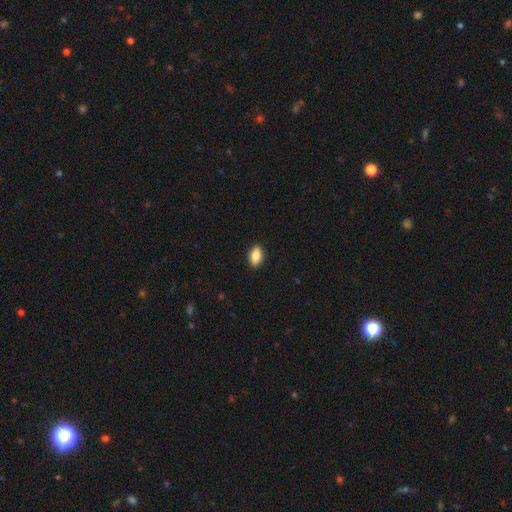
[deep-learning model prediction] This is clearly a smooth galaxy (84%). How rounded: clearly in between (89%). Merging: clearly none (90%).